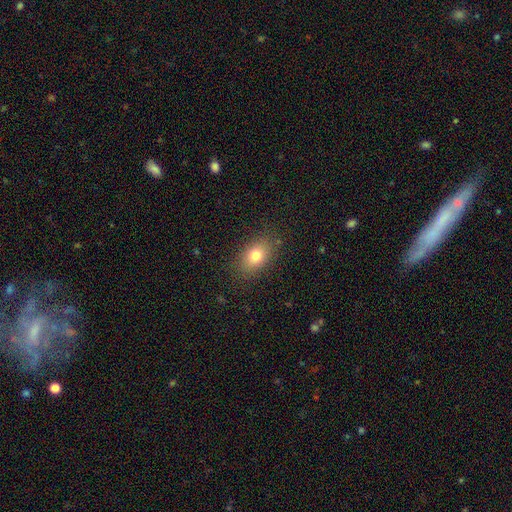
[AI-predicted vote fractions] smooth 78%, featured or disk 12%, star or artifact 10%. Down the decision tree: how rounded — in between (81%); merging — none (85%).